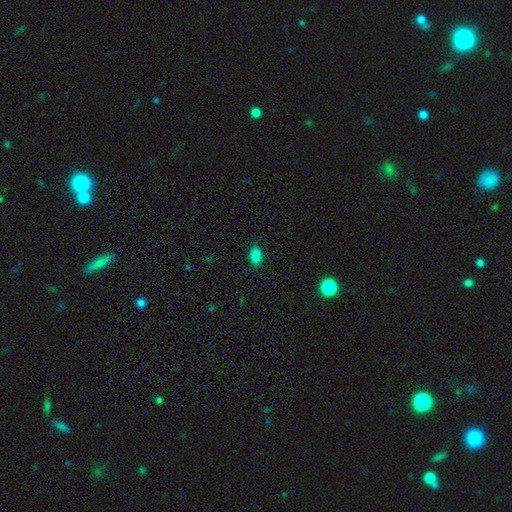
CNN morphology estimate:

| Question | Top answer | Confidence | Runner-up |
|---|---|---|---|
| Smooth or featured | smooth | 84% | star or artifact (12%) |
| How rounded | in between | 89% | round (9%) |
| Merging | none | 84% | minor disturbance (12%) |